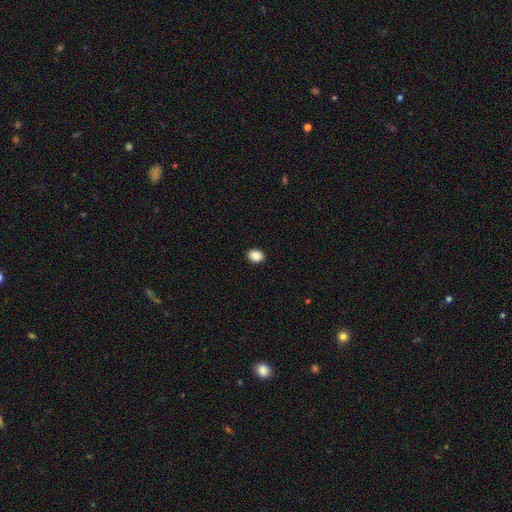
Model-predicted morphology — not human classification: This appears to be a smooth galaxy with no disk features (89%) that is round (51%). Merging: none (92%).